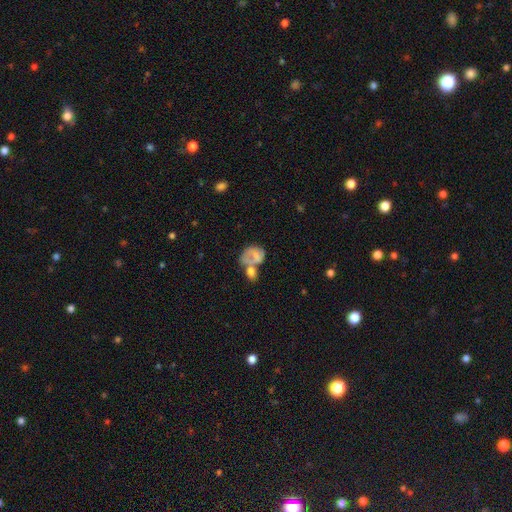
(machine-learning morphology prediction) This is possibly a smooth galaxy (59%). How rounded: likely in between (70%). Merging: possibly merger (47%).